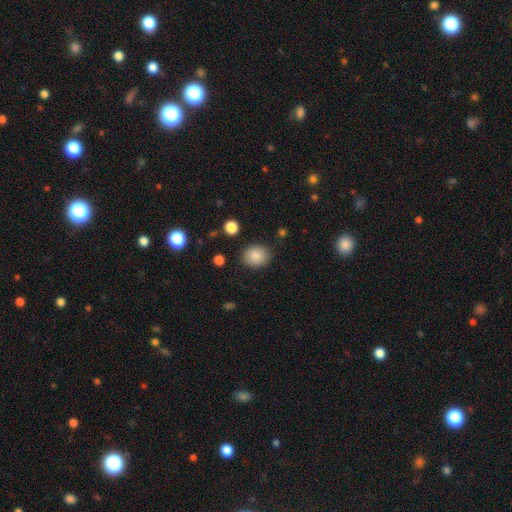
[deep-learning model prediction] A smooth galaxy with no disk features (85%) that is round (57%). Merging: none (86%).